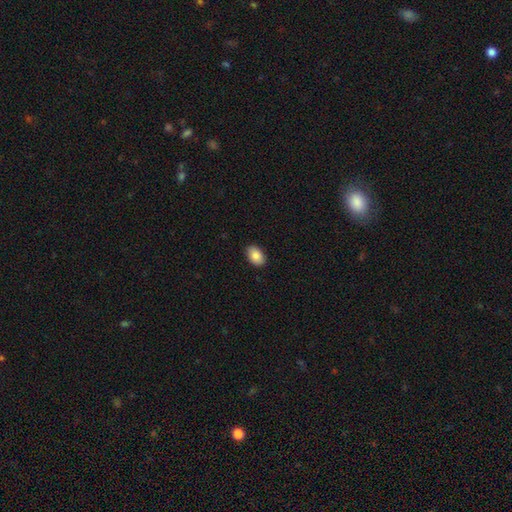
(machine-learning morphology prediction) Overall: smooth (88%). How rounded: in between (91%). Merging: none (89%).